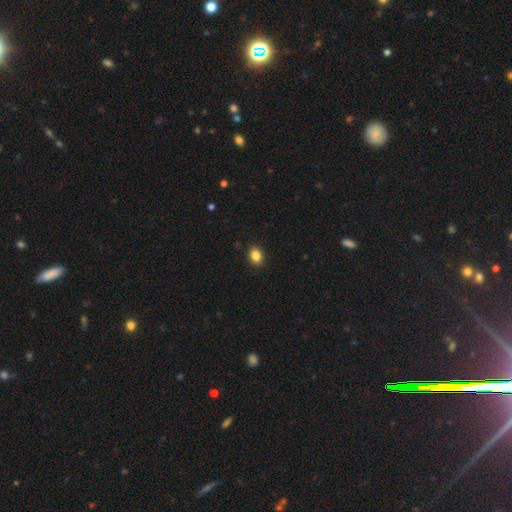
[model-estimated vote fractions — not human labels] Smooth or featured? smooth (86%)
How rounded? in between (58%)
Merging? none (91%)